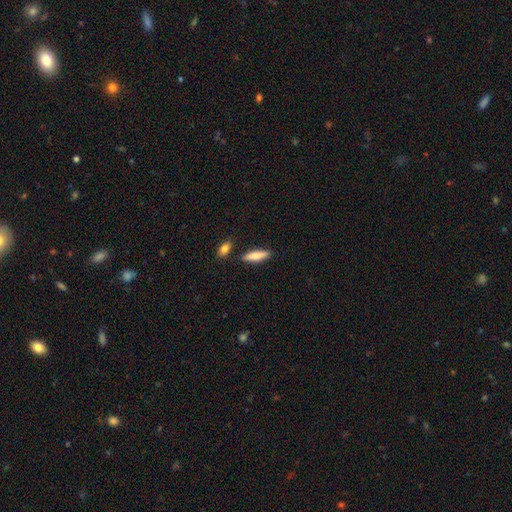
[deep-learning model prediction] Smooth or featured? smooth (80%)
How rounded? cigar-shaped (64%)
Merging? none (84%)